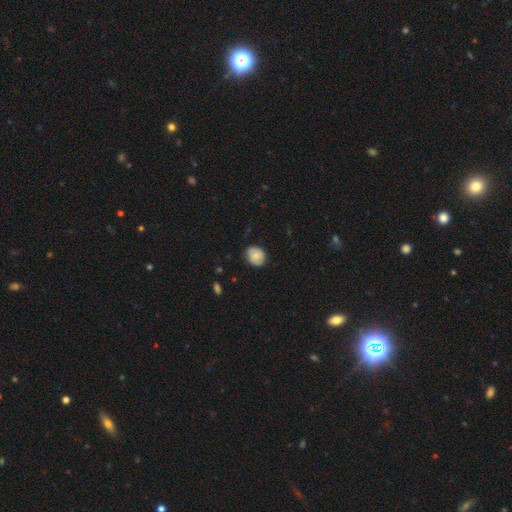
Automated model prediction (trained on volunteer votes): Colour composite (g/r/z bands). It shows a smooth galaxy with no disk features (76%) that is round (69%). Merging: none (78%).